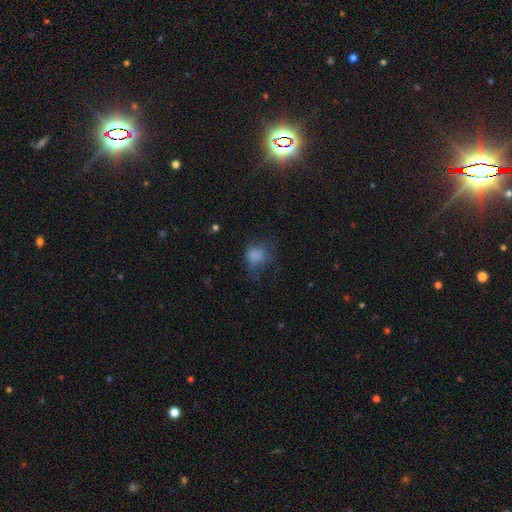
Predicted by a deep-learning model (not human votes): The model was most divided on "how rounded": round: 57%, in between: 42%, cigar-shaped: 1%. Remaining: smooth or featured — smooth (75%); merging — none (47%).